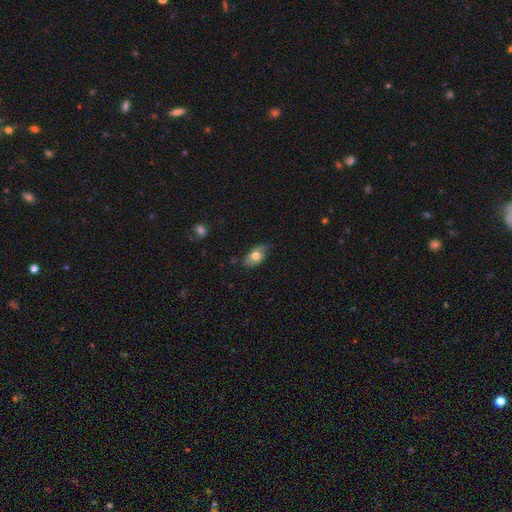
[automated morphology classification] This is likely a smooth galaxy (71%). How rounded: clearly in between (88%). Merging: likely none (68%).